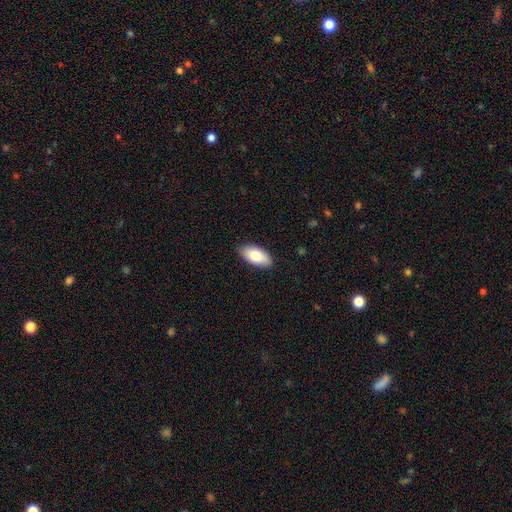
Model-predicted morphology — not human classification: This appears to be a smooth galaxy with no disk features (78%) that is in between round and cigar-shaped (93%). Merging: none (86%).